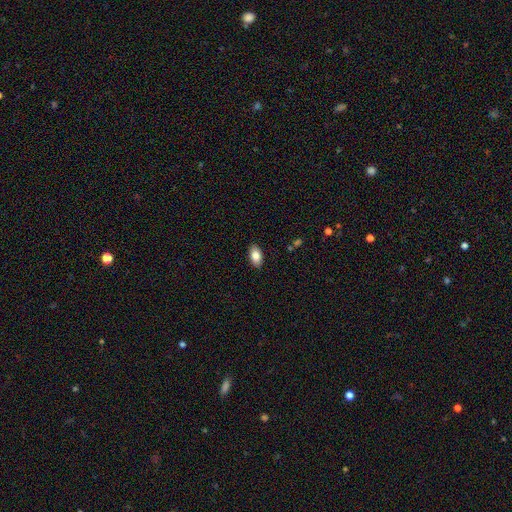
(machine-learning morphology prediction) Smooth or featured: smooth — 84% (featured or disk — 9%)
How rounded: in between — 92% (round — 5%)
Merging: none — 89% (minor disturbance — 8%)